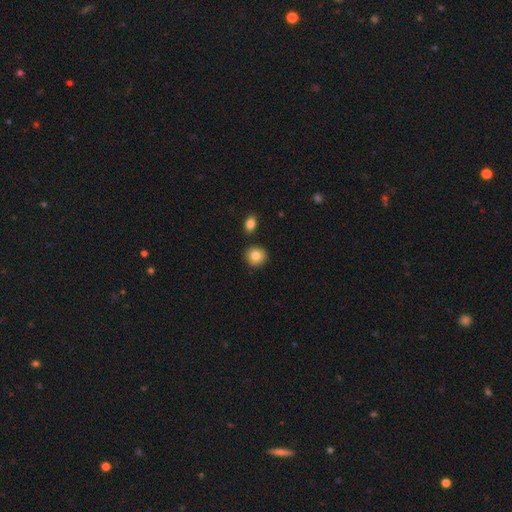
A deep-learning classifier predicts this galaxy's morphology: smooth-or-featured: smooth: 83% | star or artifact: 8% | featured or disk: 8%
  how-rounded: round: 87% | in between: 12% | cigar-shaped: 1%
  merging: none: 85% | minor disturbance: 8% | merger: 5% | major disturbance: 2%